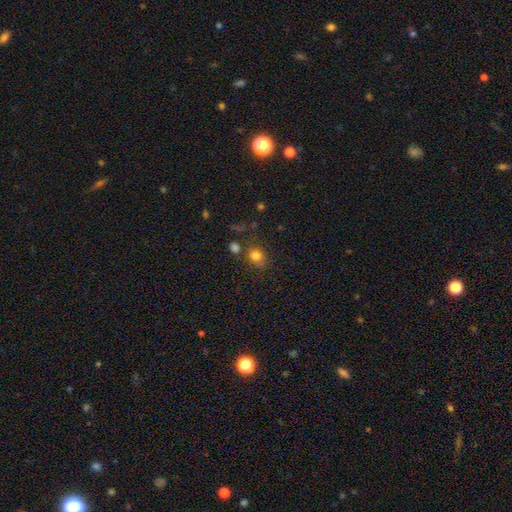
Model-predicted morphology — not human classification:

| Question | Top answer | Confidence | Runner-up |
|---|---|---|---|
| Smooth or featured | smooth | 77% | star or artifact (15%) |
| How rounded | round | 68% | in between (31%) |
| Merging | none | 62% | minor disturbance (16%) |